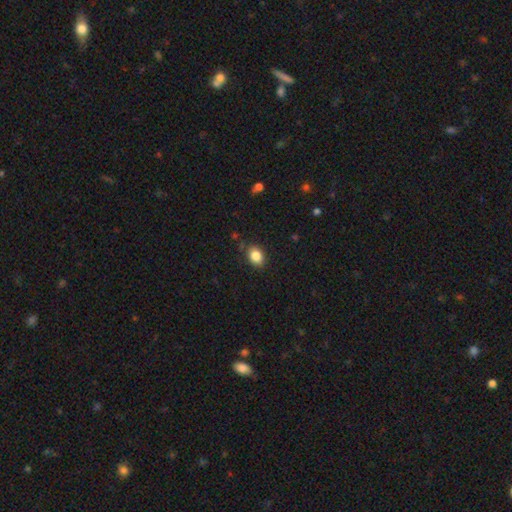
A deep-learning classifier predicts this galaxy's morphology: smooth_or_featured: smooth (p=0.85) [alt: star or artifact p=0.09]
how_rounded: in between (p=0.67) [alt: round p=0.32]
merging: none (p=0.83) [alt: minor disturbance p=0.12]